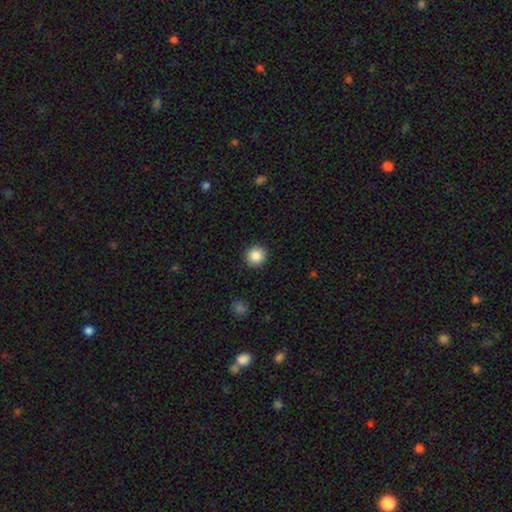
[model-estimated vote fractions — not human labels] Smooth or featured? smooth (86%)
How rounded? round (94%)
Merging? none (92%)